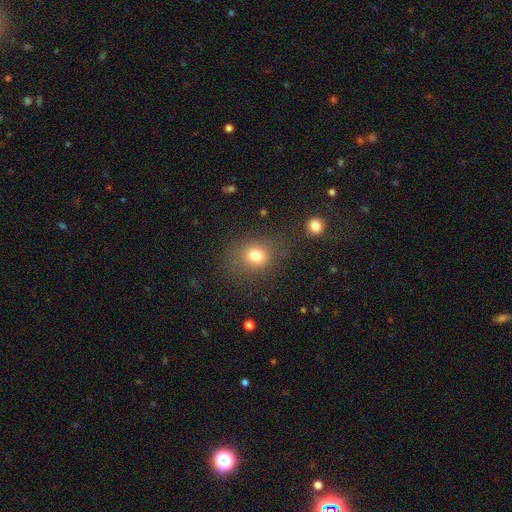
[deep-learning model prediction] smooth 77%, star or artifact 14%, featured or disk 9%. Down the decision tree: how rounded — round (66%); merging — none (74%).